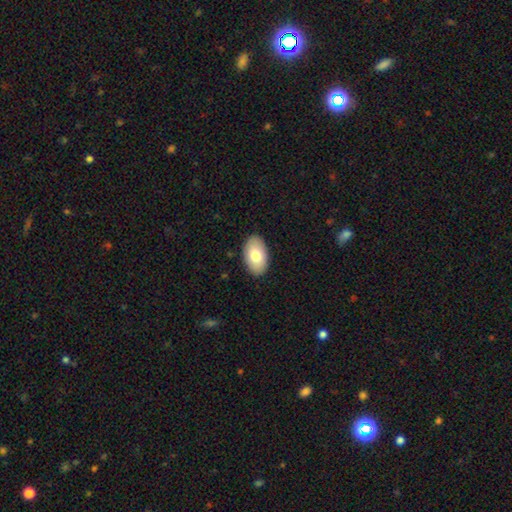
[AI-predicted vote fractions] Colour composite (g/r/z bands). It shows a smooth galaxy with no disk features (78%) that is in between round and cigar-shaped (95%). Merging: none (89%).